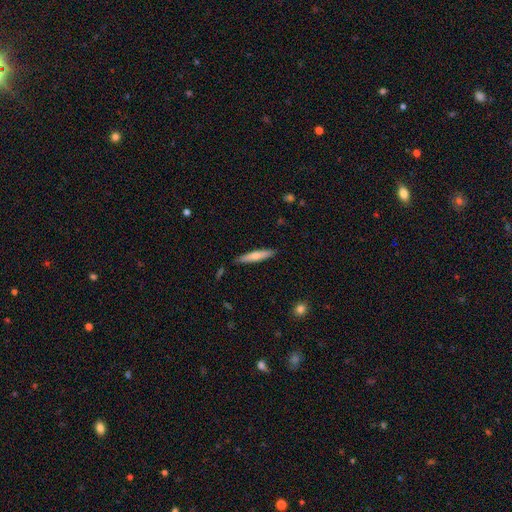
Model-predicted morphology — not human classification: Smooth or featured?
  - smooth: 62% *
  - featured or disk: 32%
  - star or artifact: 6%
How rounded?
  - cigar-shaped: 90% *
  - in between: 9%
  - round: 1%
Merging?
  - none: 88% *
  - minor disturbance: 9%
  - major disturbance: 2%
  - merger: 1%